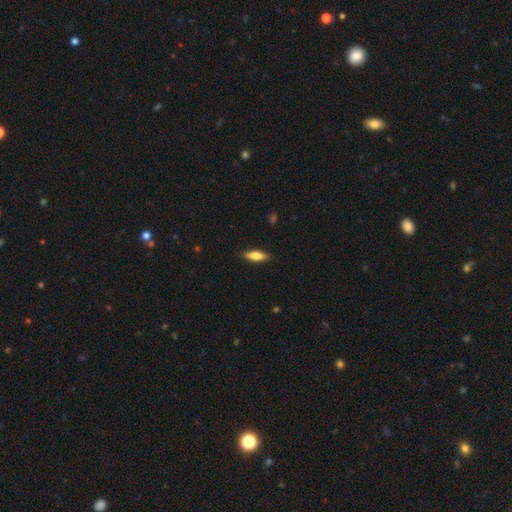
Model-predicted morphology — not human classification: This is likely a smooth galaxy (71%). How rounded: possibly in between (58%). Merging: clearly none (88%).